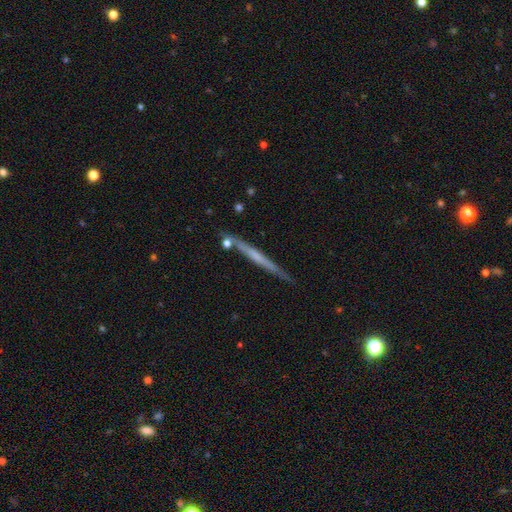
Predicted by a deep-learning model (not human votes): A featured or disk galaxy (58%) viewed edge-on (97%) with no central bulge (74%).

Vote fractions:
- Smooth or featured? featured or disk: 58% / smooth: 36% / star or artifact: 6%
- Edge-on disk? yes: 97% / no: 3%
- Edge-on bulge? none: 74% / rounded: 18% / boxy: 7%
- Merging? none: 82% / minor disturbance: 11% / merger: 4% / major disturbance: 2%